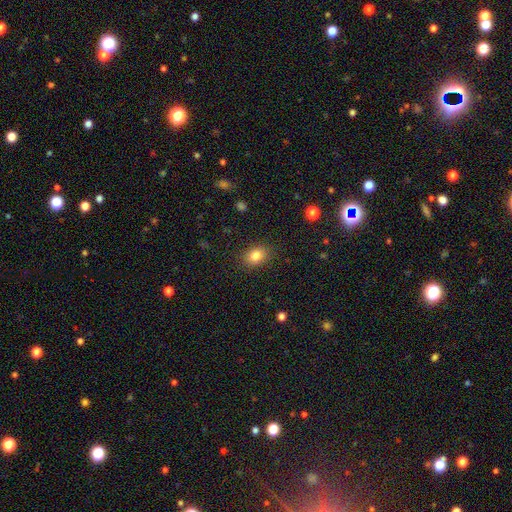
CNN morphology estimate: smooth-or-featured: smooth: 83% | star or artifact: 10% | featured or disk: 7%
  how-rounded: in between: 65% | round: 33% | cigar-shaped: 1%
  merging: none: 87% | minor disturbance: 9% | major disturbance: 3% | merger: 1%